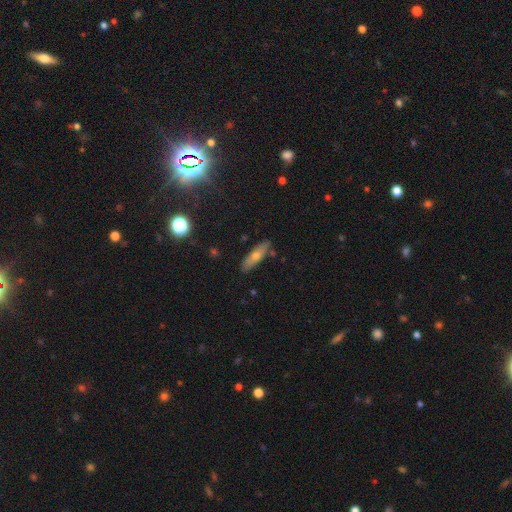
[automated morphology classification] smooth_or_featured: smooth (p=0.54) [alt: featured or disk p=0.36]
how_rounded: cigar-shaped (p=0.58) [alt: in between p=0.39]
merging: none (p=0.85) [alt: minor disturbance p=0.11]